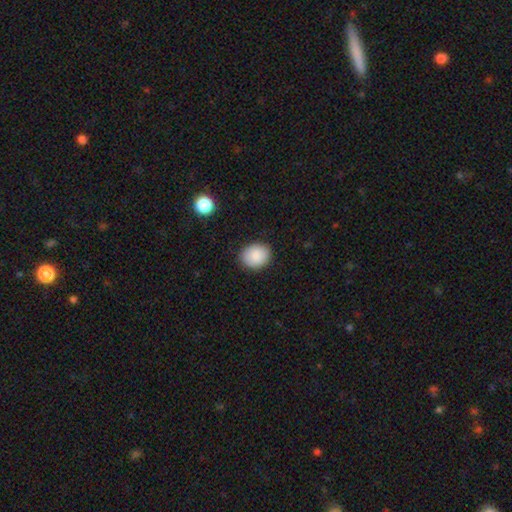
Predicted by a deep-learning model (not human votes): Overall: smooth (88%). How rounded: round (60%; in between 39%). Merging: none (87%).